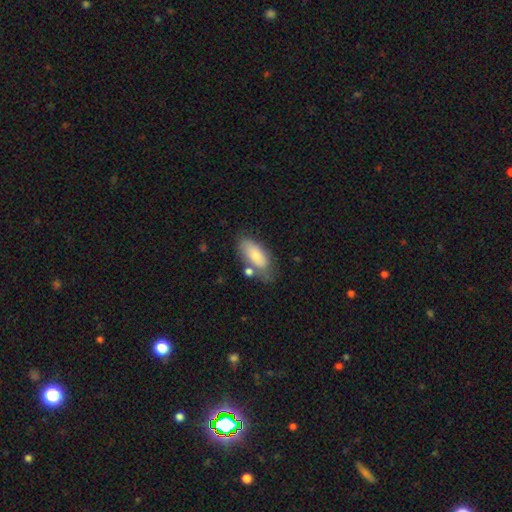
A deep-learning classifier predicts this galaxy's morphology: Smooth or featured? Predicted: smooth (p=0.75). How rounded? Predicted: in between (p=0.86). Merging? Predicted: none (p=0.58).